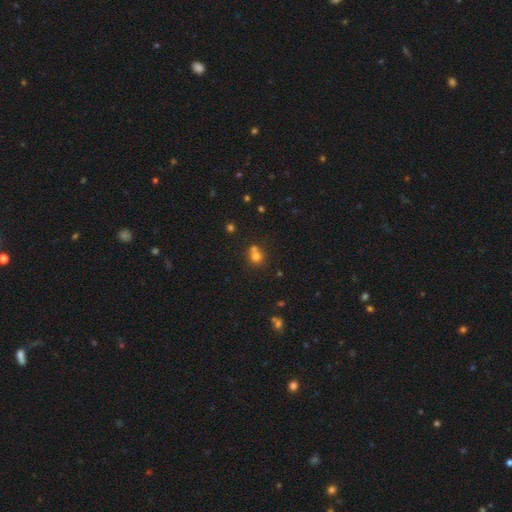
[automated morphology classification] Smooth or featured? smooth (72%)
How rounded? round (83%)
Merging? none (47%)